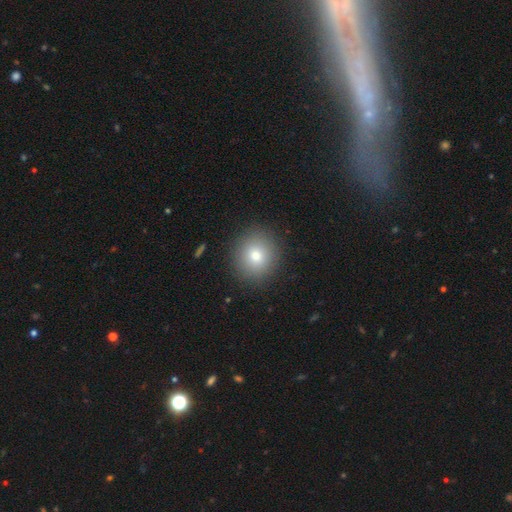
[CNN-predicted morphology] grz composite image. It shows a smooth galaxy with no disk features (79%) that is round (88%). Merging: none (90%).